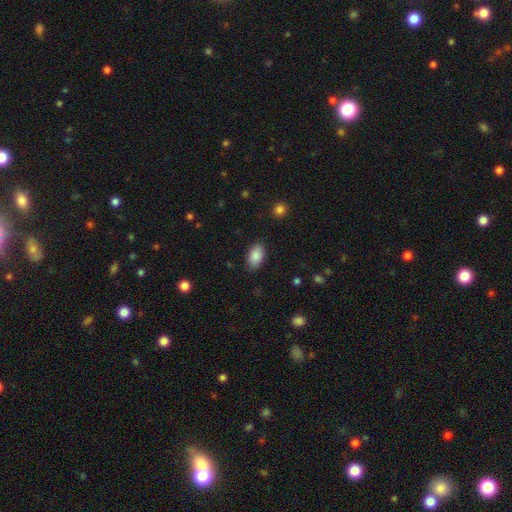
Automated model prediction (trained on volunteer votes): This appears to be a smooth galaxy with no disk features (88%) that is in between round and cigar-shaped (93%). Merging: none (86%).